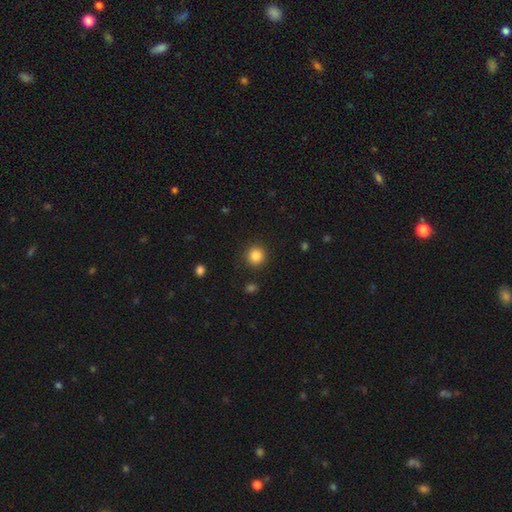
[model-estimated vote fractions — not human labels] Smooth or featured? smooth (85%)
How rounded? round (94%)
Merging? none (91%)